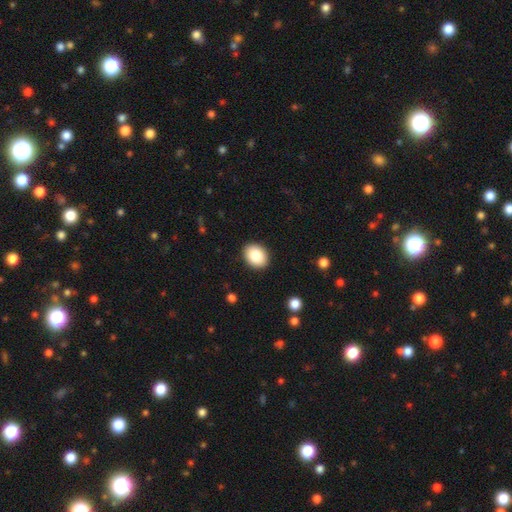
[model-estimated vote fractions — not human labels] Smooth or featured?
  - smooth: 87% *
  - star or artifact: 7%
  - featured or disk: 6%
How rounded?
  - in between: 62% *
  - round: 37%
  - cigar-shaped: 1%
Merging?
  - none: 90% *
  - minor disturbance: 7%
  - major disturbance: 2%
  - merger: 1%